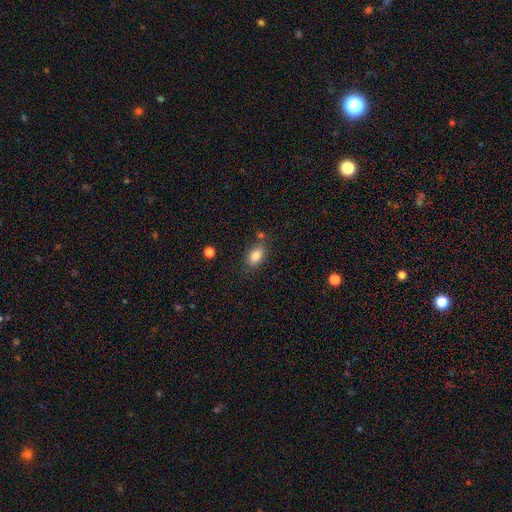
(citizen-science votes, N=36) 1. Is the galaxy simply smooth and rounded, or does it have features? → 89% smooth, 8% featured or disk, 3% star or artifact.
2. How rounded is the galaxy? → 81% in between, 12% cigar-shaped, 6% round.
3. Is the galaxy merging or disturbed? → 77% none, 20% minor disturbance, 3% merger, 0% major disturbance.